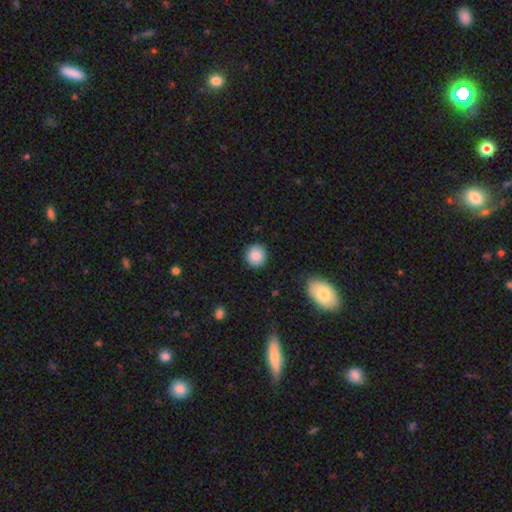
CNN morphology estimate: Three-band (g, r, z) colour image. It shows a smooth galaxy with no disk features (87%) that is round (91%). Merging: none (91%).